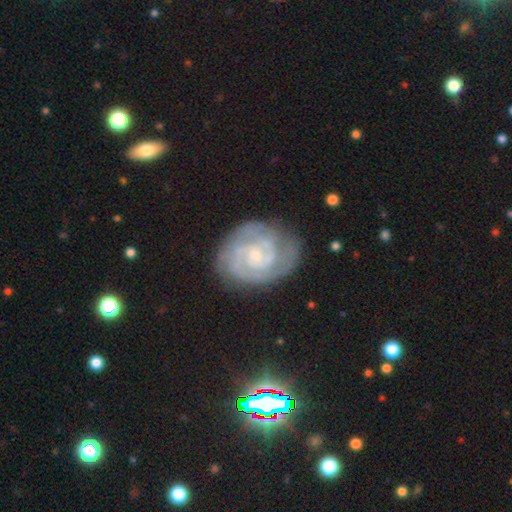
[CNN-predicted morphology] smooth_or_featured: featured or disk (p=0.87) [alt: smooth p=0.07]
disk_edge_on: no (p=0.98) [alt: yes p=0.02]
bar: no (p=0.57) [alt: weak p=0.36]
has_spiral_arms: yes (p=0.97) [alt: no p=0.03]
spiral_winding: tight (p=0.69) [alt: medium p=0.26]
spiral_arm_count: 2 (p=0.55) [alt: 3 p=0.18]
bulge_size: small (p=0.71) [alt: moderate p=0.22]
merging: none (p=0.75) [alt: minor disturbance p=0.17]